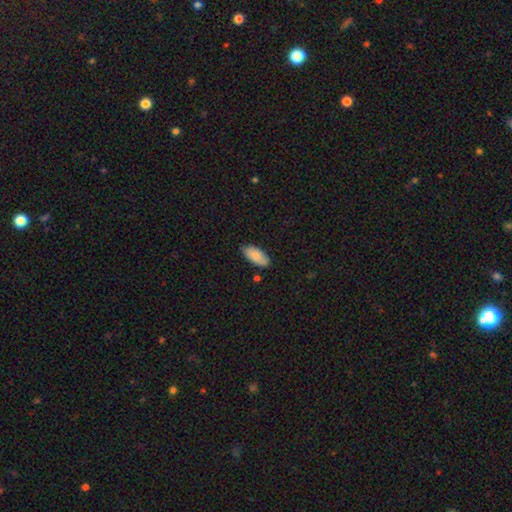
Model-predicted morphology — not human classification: type=smooth (87%); roundness=in between (90%); merging=none (83%).